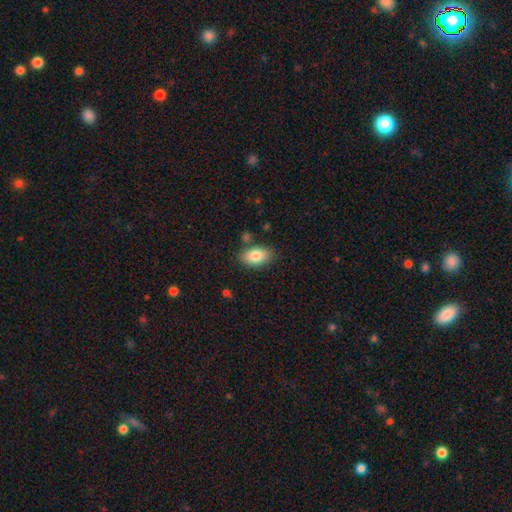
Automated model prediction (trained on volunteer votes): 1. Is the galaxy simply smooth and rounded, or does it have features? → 83% smooth, 10% featured or disk, 7% star or artifact.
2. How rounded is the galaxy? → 91% in between, 8% round, 2% cigar-shaped.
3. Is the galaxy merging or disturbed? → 80% none, 13% minor disturbance, 5% merger, 3% major disturbance.